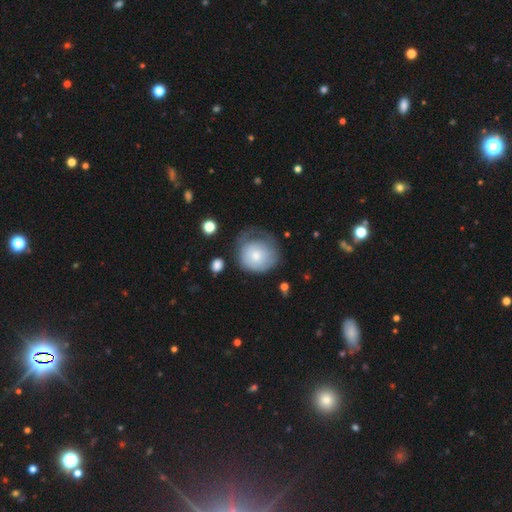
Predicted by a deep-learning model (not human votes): Smooth or featured: smooth — 65% (featured or disk — 28%)
How rounded: round — 80% (in between — 19%)
Merging: none — 36% (minor disturbance — 32%)